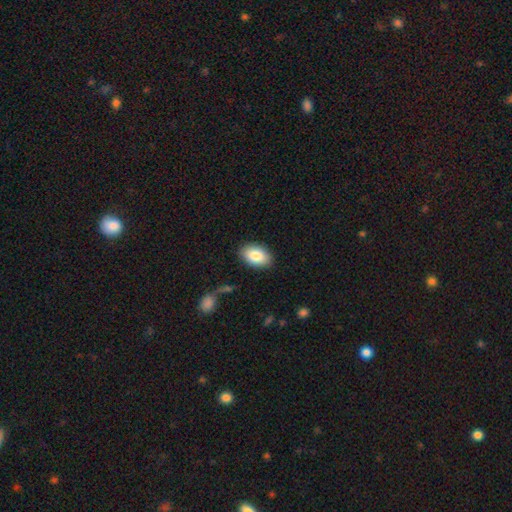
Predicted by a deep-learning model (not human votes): smooth-or-featured: smooth: 85% | featured or disk: 9% | star or artifact: 6%
  how-rounded: in between: 92% | round: 6% | cigar-shaped: 1%
  merging: none: 87% | minor disturbance: 9% | major disturbance: 2% | merger: 1%